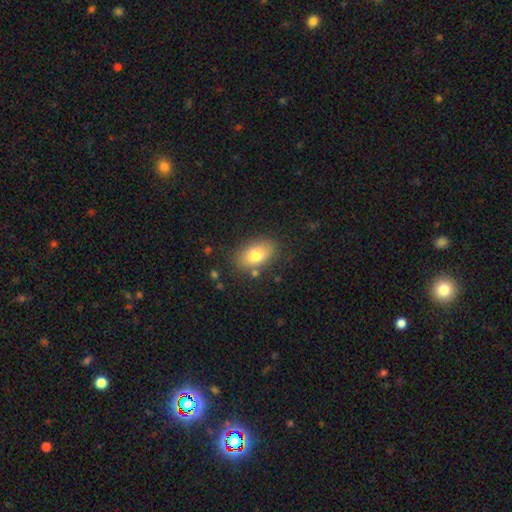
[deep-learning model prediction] This appears to be a smooth galaxy with no disk features (79%) that is in between round and cigar-shaped (87%). Merging: none (80%).